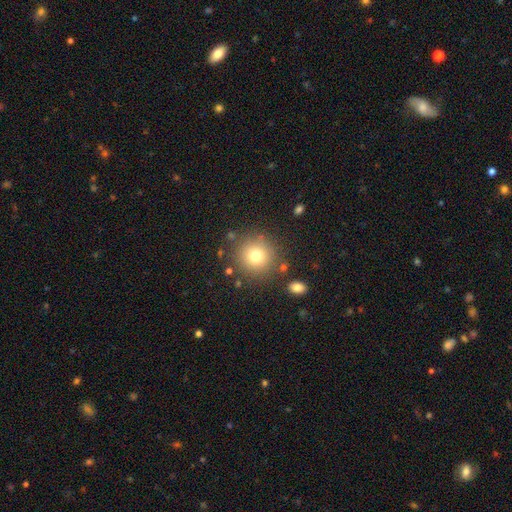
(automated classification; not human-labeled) Q: Smooth or featured?
A: smooth (78%); runner-up: star or artifact (13%)
Q: How rounded?
A: round (94%); runner-up: in between (5%)
Q: Merging?
A: none (85%); runner-up: minor disturbance (8%)